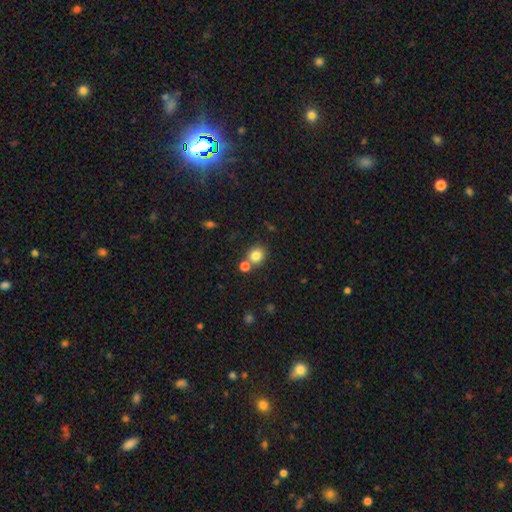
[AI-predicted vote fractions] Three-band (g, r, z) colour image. It shows a smooth galaxy with no disk features (82%) that is round (83%). Merging: none (66%).